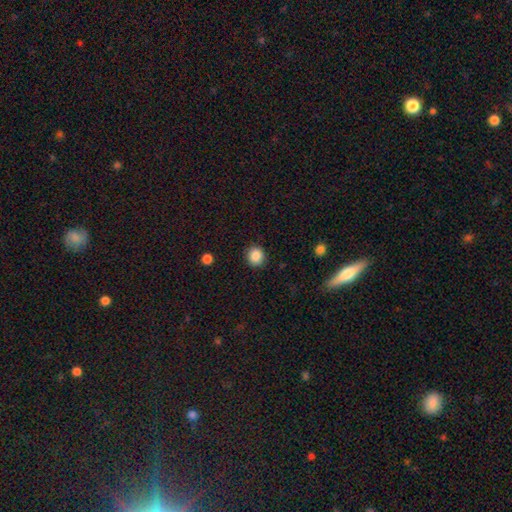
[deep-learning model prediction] This appears to be a smooth galaxy with no disk features (87%) that is round (87%). Merging: none (90%).